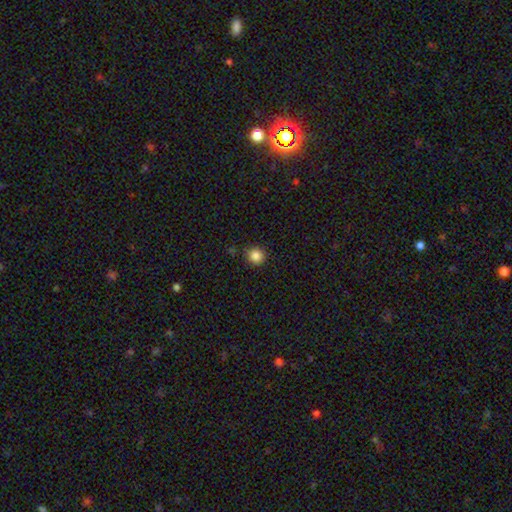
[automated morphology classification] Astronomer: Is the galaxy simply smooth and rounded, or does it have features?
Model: smooth — 86%.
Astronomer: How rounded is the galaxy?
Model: round — 92%.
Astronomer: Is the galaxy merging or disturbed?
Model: none — 86%.